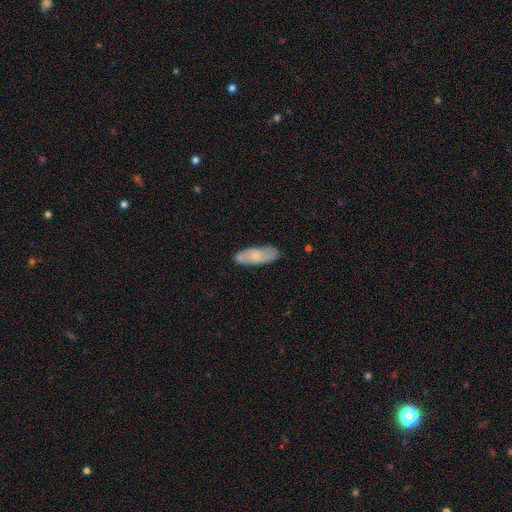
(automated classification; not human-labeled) Morphology: type=smooth (53%); roundness=in between (62%); merging=none (79%).